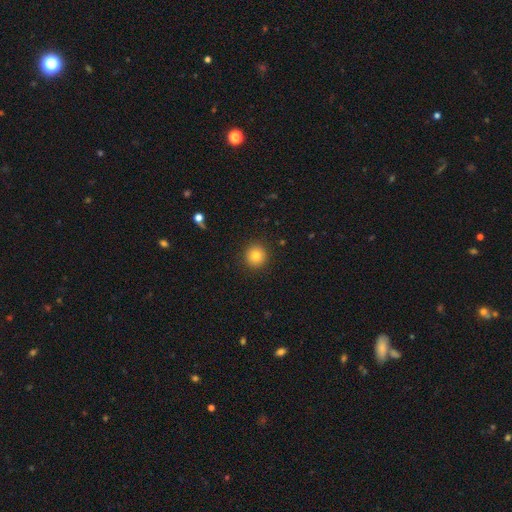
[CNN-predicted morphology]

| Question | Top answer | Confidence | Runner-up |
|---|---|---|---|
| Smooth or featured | smooth | 81% | star or artifact (11%) |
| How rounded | round | 94% | in between (5%) |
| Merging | none | 91% | minor disturbance (6%) |